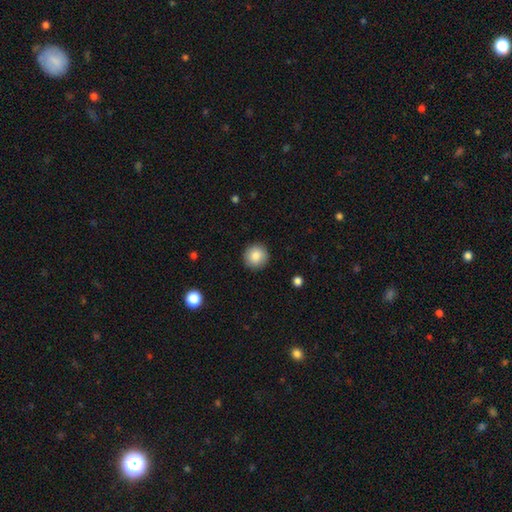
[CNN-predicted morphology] This is clearly a smooth galaxy (87%). How rounded: clearly round (94%). Merging: clearly none (91%).